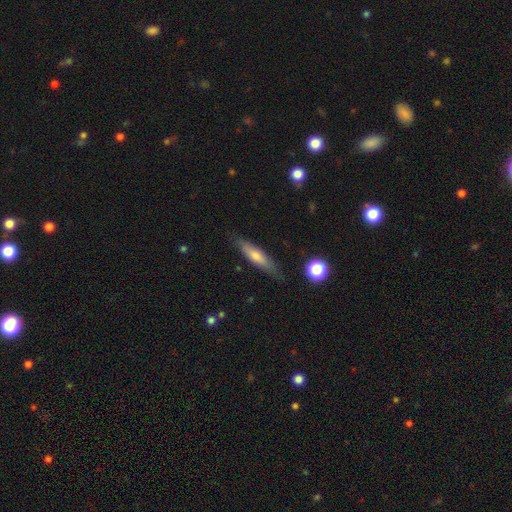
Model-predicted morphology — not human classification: Smooth or featured? smooth (51%)
How rounded? cigar-shaped (82%)
Merging? none (83%)